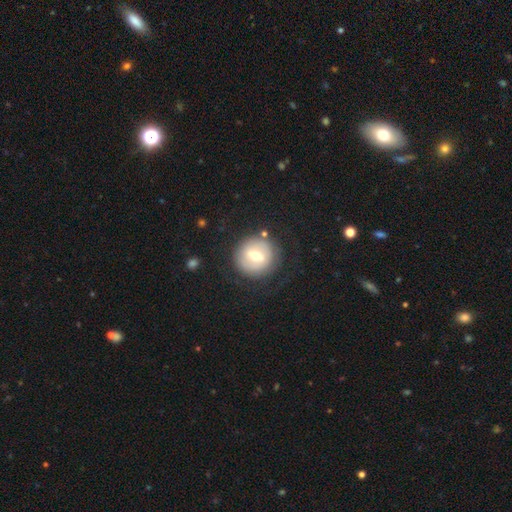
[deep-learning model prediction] Smooth or featured? Predicted: featured or disk (p=0.46, tied with smooth). Merging? Predicted: none (p=0.80).